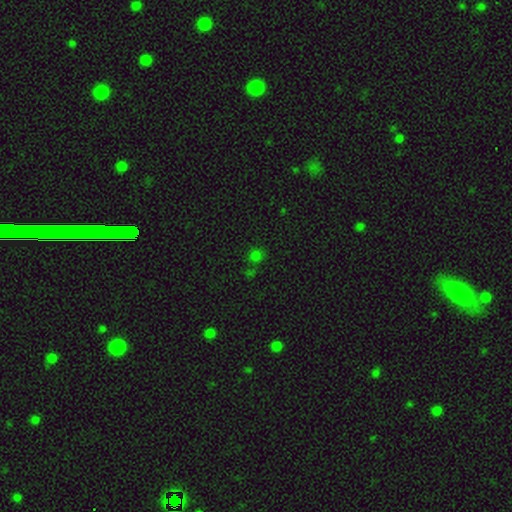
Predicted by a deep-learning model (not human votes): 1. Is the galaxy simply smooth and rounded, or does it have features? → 63% smooth, 31% star or artifact, 6% featured or disk.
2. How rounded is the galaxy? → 84% round, 15% in between, 1% cigar-shaped.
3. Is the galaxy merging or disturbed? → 68% none, 16% merger, 11% minor disturbance, 5% major disturbance.